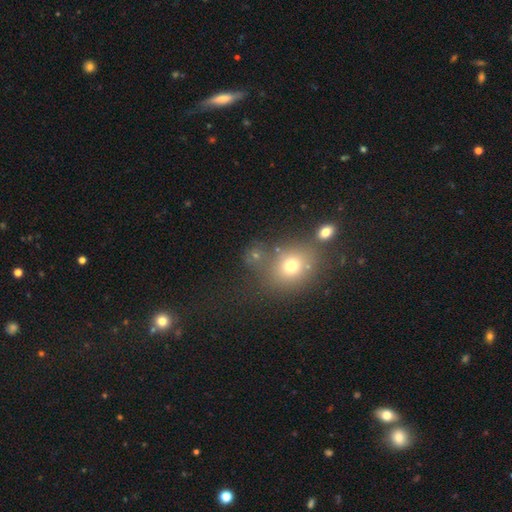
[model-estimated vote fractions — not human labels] Morphology: type=smooth (65%); roundness=round (63%); merging=none (60%).